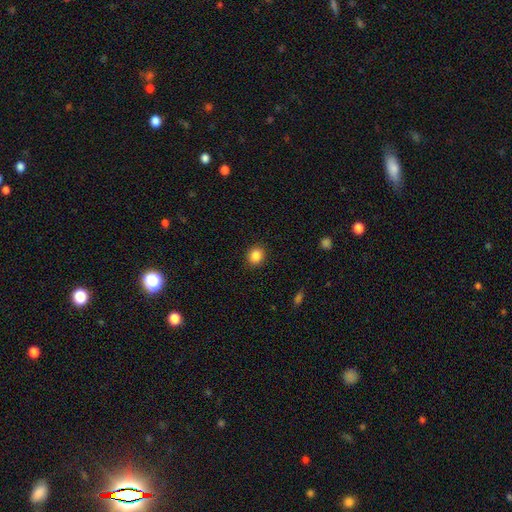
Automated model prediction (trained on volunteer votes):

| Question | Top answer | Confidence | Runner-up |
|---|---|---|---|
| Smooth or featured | smooth | 86% | star or artifact (10%) |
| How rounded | round | 77% | in between (22%) |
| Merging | none | 91% | minor disturbance (6%) |